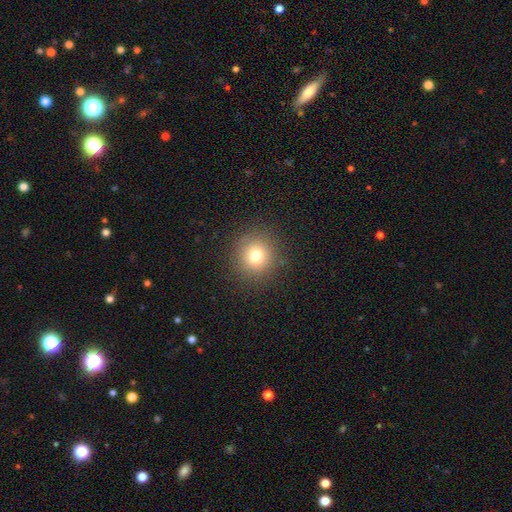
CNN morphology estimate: Q: Smooth or featured?
A: smooth (75%); runner-up: star or artifact (16%)
Q: How rounded?
A: round (93%); runner-up: in between (6%)
Q: Merging?
A: none (90%); runner-up: minor disturbance (6%)